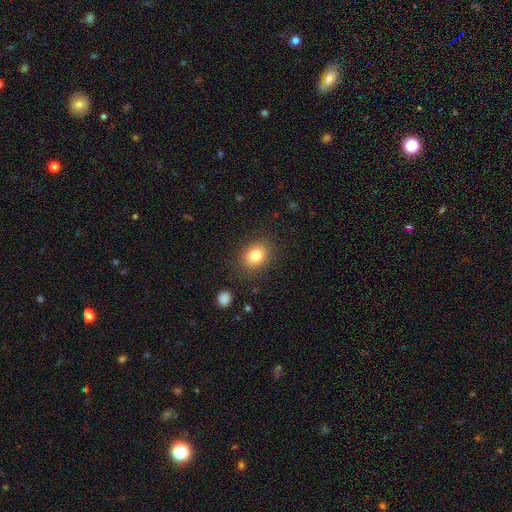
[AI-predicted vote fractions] smooth 82%, star or artifact 10%, featured or disk 8%. Down the decision tree: how rounded — in between (50%); merging — none (86%).